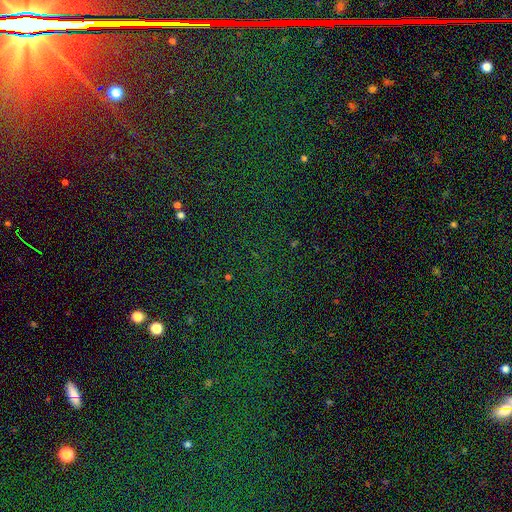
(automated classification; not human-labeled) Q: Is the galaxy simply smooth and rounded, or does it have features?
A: star or artifact — 82%.